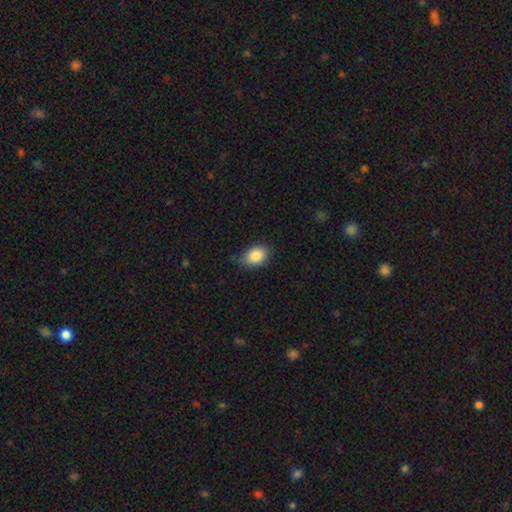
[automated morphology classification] Smooth or featured? Predicted: smooth (p=0.87). How rounded? Predicted: in between (p=0.80). Merging? Predicted: none (p=0.73).